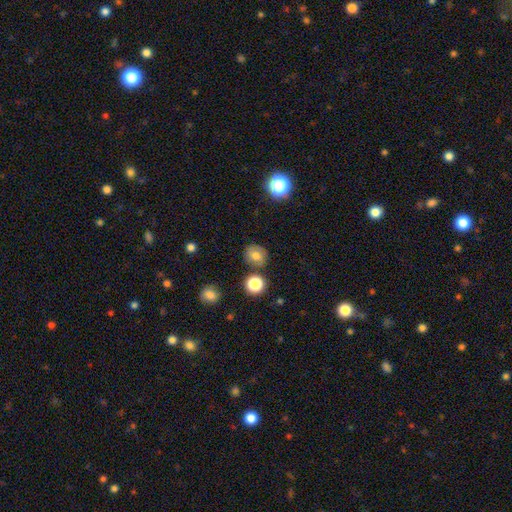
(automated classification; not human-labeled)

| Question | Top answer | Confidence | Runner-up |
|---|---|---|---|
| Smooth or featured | smooth | 74% | star or artifact (15%) |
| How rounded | round | 76% | in between (23%) |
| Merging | none | 79% | minor disturbance (11%) |